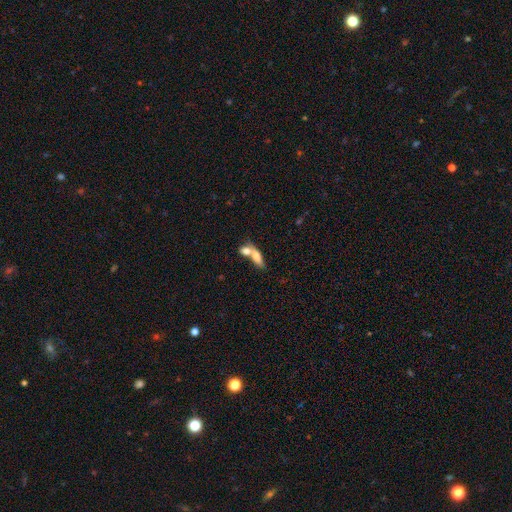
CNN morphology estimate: Smooth or featured? Predicted: smooth (p=0.68). How rounded? Predicted: in between (p=0.60). Merging? Predicted: merger (p=0.61).